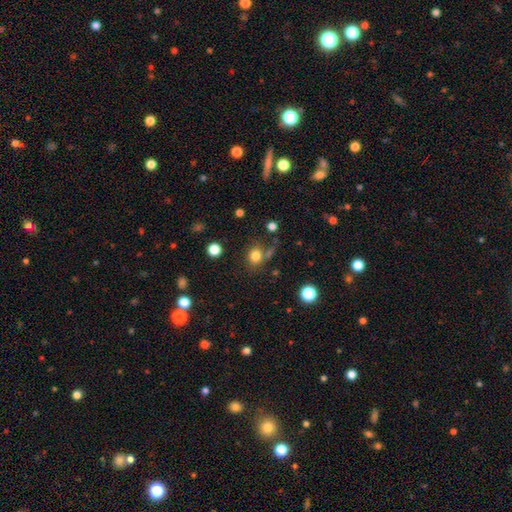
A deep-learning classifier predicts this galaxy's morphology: This appears to be a smooth galaxy with no disk features (79%) that is round (72%). Merging: none (65%).